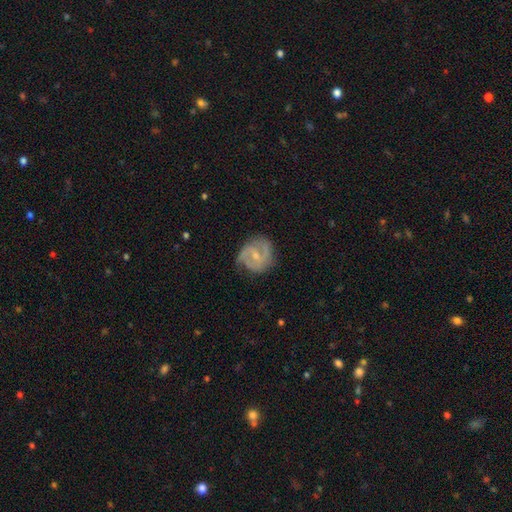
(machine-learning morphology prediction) Q: Smooth or featured?
A: featured or disk (82%); runner-up: smooth (13%)
Q: Edge-on disk?
A: no (98%); runner-up: yes (2%)
Q: Bar?
A: weak (49%); runner-up: no (38%)
Q: Spiral arms?
A: yes (95%); runner-up: no (5%)
Q: Spiral winding?
A: medium (50%); runner-up: tight (35%)
Q: Spiral arm count?
A: 2 (74%); runner-up: 3 (10%)
Q: Bulge size?
A: small (56%); runner-up: moderate (39%)
Q: Merging?
A: none (70%); runner-up: minor disturbance (22%)